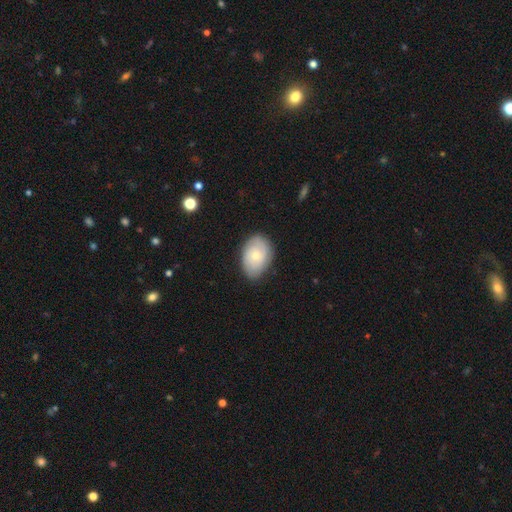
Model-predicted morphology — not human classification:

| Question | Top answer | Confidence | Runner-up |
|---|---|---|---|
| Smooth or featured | featured or disk | 48% | smooth (45%) |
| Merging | none | 79% | minor disturbance (16%) |